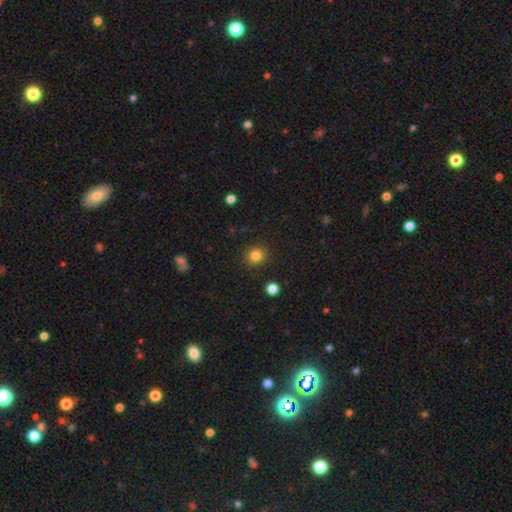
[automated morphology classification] smooth_or_featured: smooth (p=0.84) [alt: star or artifact p=0.12]
how_rounded: round (p=0.86) [alt: in between p=0.13]
merging: none (p=0.90) [alt: minor disturbance p=0.07]